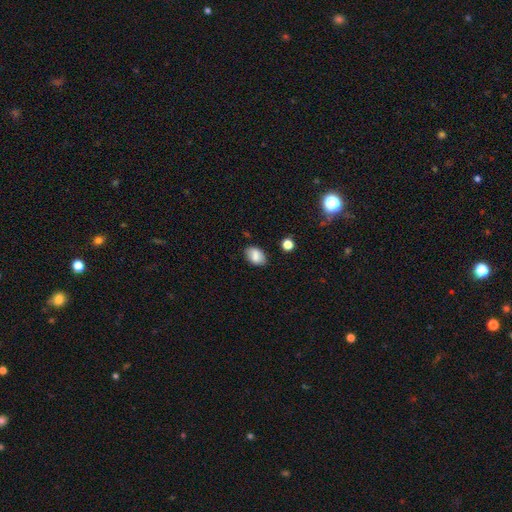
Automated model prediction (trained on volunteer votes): Morphology: type=smooth (81%); roundness=in between (87%); merging=none (78%).